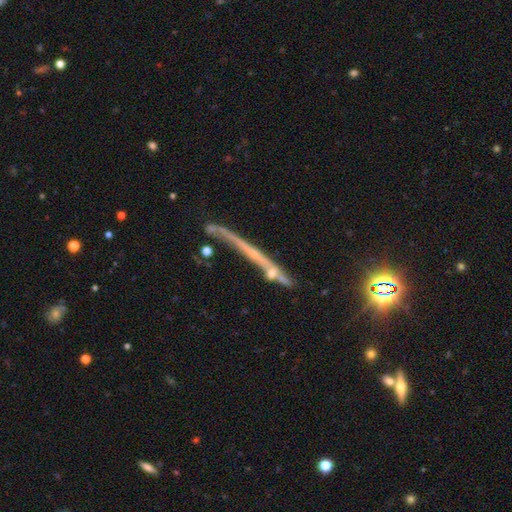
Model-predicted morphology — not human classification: smooth-or-featured: featured or disk: 60% | smooth: 22% | star or artifact: 18%
  disk-edge-on: yes: 91% | no: 9%
    edge-on-bulge: none: 73% | rounded: 21% | boxy: 6%
  merging: none: 60% | minor disturbance: 17% | merger: 15% | major disturbance: 8%